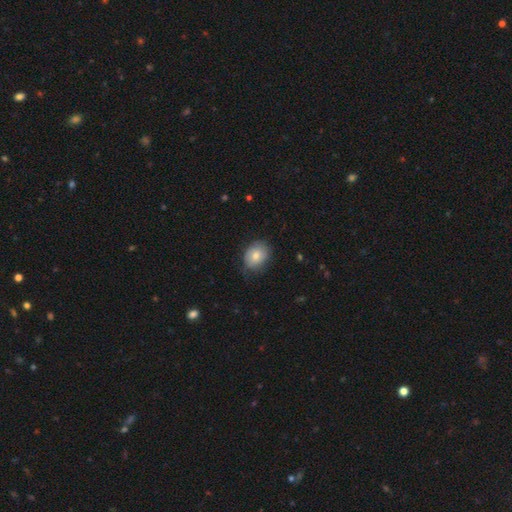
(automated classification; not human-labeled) smooth-or-featured: smooth: 73% | featured or disk: 19% | star or artifact: 7%
  how-rounded: in between: 52% | round: 47% | cigar-shaped: 1%
  merging: none: 67% | minor disturbance: 26% | major disturbance: 6% | merger: 1%